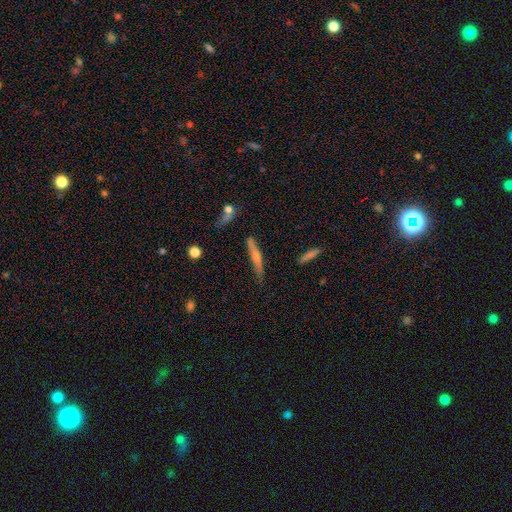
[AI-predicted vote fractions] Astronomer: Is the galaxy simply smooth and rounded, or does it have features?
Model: smooth — 54% (runner-up: featured or disk, 38%).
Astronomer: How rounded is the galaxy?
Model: cigar-shaped — 91%.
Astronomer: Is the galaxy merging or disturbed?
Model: none — 65%.